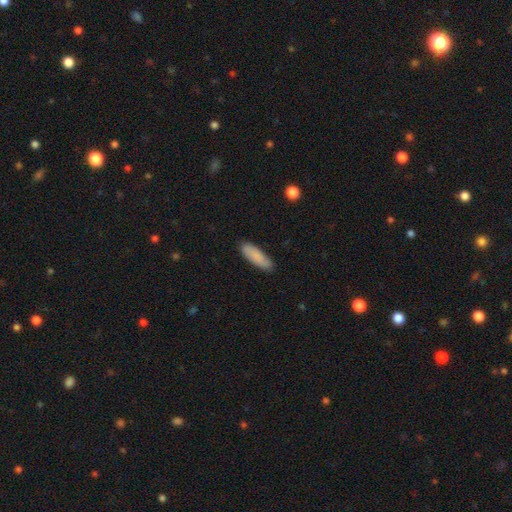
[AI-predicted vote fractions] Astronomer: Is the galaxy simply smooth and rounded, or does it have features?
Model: smooth — 85%.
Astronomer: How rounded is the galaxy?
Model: in between — 51% (runner-up: cigar-shaped, 48%).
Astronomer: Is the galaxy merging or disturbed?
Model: none — 84%.